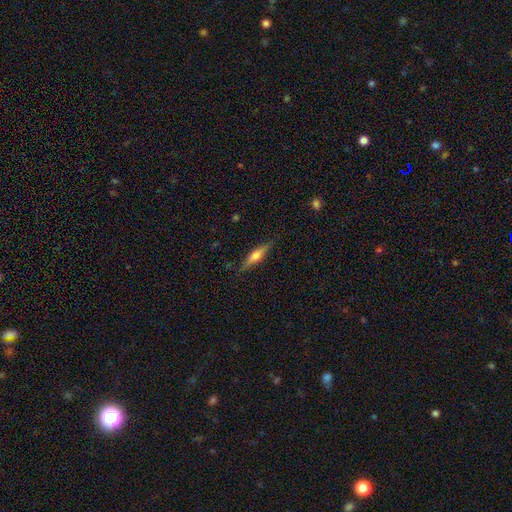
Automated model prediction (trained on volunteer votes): smooth_or_featured: featured or disk (p=0.55) [alt: smooth p=0.39]
disk_edge_on: yes (p=0.95) [alt: no p=0.05]
edge_on_bulge: rounded (p=0.89) [alt: boxy p=0.06]
merging: none (p=0.86) [alt: minor disturbance p=0.10]